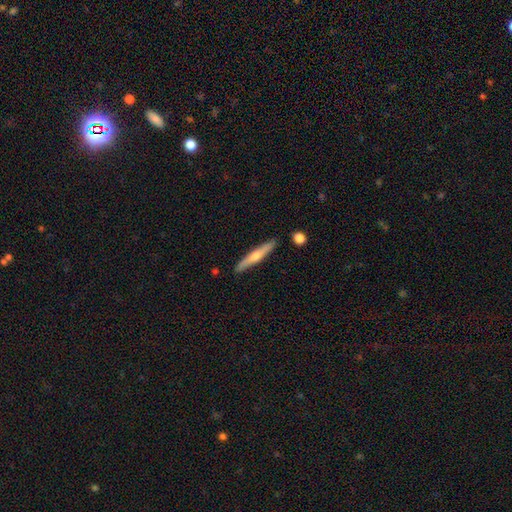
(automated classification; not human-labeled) Morphology: type=featured or disk (53%); edge-on=yes (95%); edge-on bulge=rounded (80%); merging=none (88%).